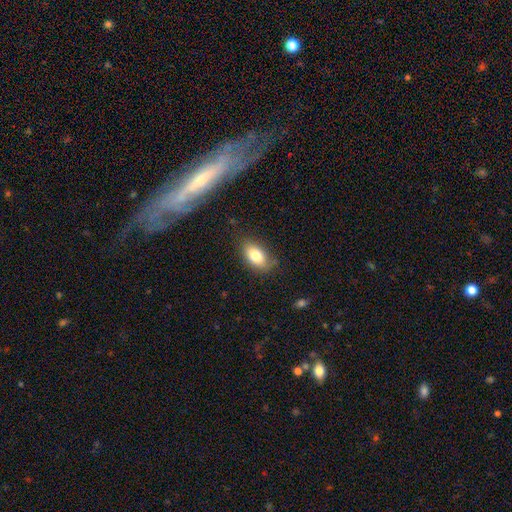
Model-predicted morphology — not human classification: A smooth galaxy with no disk features (80%) that is in between round and cigar-shaped (90%). Merging: none (74%).